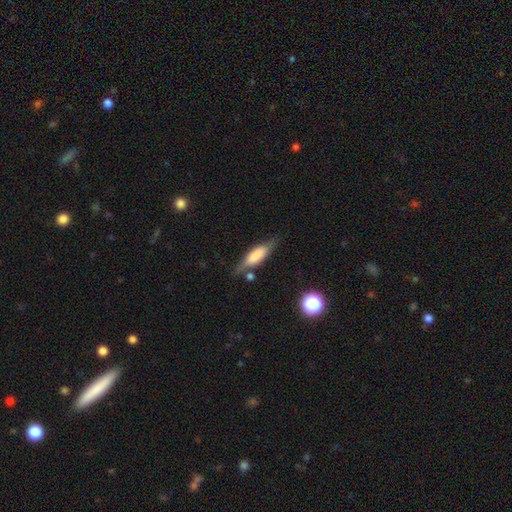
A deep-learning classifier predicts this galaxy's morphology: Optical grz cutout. It shows a smooth galaxy with no disk features (60%) that is cigar-shaped (54%). Merging: none (66%).